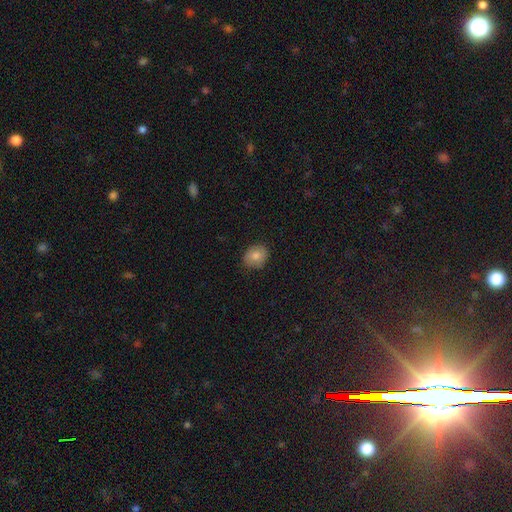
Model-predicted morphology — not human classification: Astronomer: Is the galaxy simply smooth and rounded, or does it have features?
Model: smooth — 78%.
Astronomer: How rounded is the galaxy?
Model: round — 57% (runner-up: in between, 43%).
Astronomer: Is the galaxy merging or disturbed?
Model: none — 84%.